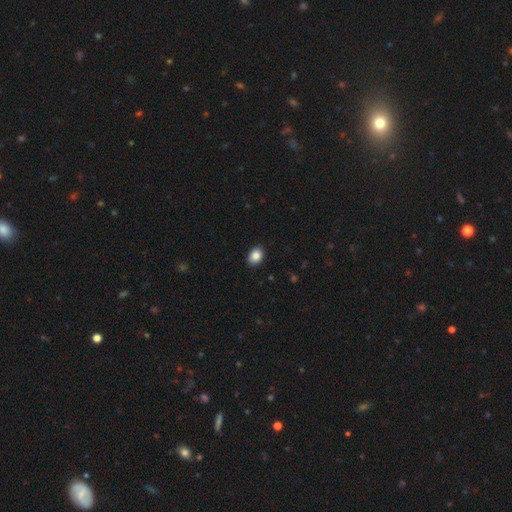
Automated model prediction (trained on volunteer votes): Smooth or featured? smooth (86%)
How rounded? in between (75%)
Merging? none (90%)